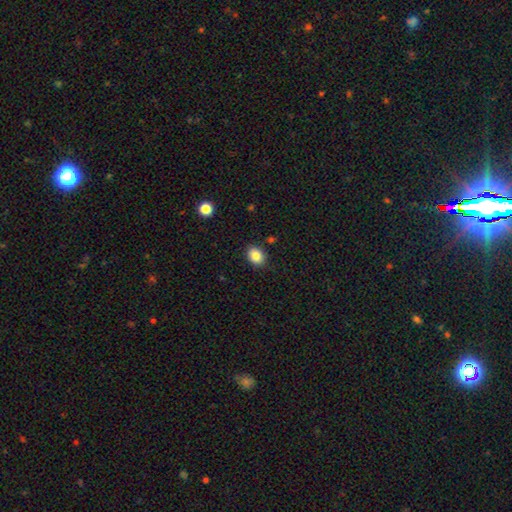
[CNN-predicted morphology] Q: Smooth or featured?
A: smooth (85%); runner-up: star or artifact (9%)
Q: How rounded?
A: in between (61%); runner-up: round (38%)
Q: Merging?
A: none (87%); runner-up: minor disturbance (9%)